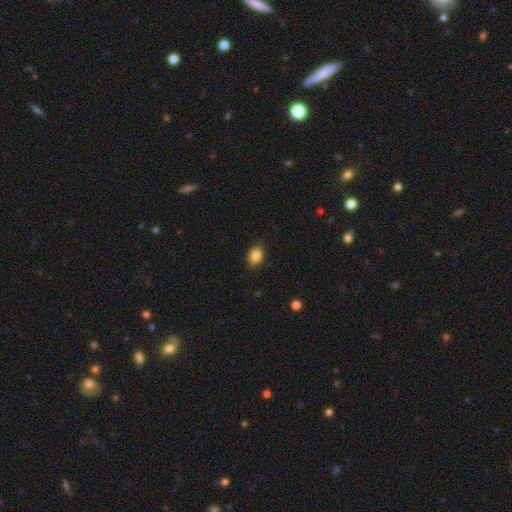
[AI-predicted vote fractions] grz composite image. It shows a smooth galaxy with no disk features (86%) that is in between round and cigar-shaped (74%). Merging: none (88%).